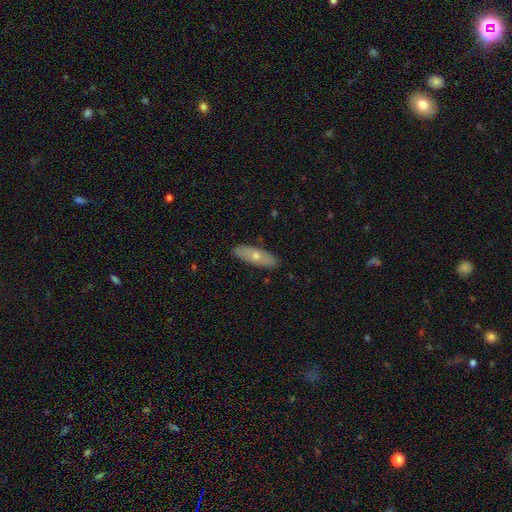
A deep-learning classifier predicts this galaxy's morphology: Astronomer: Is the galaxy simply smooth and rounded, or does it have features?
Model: smooth — 51% (runner-up: featured or disk, 42%).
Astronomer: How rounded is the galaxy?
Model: cigar-shaped — 53% (runner-up: in between, 44%).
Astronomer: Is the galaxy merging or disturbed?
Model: none — 88%.